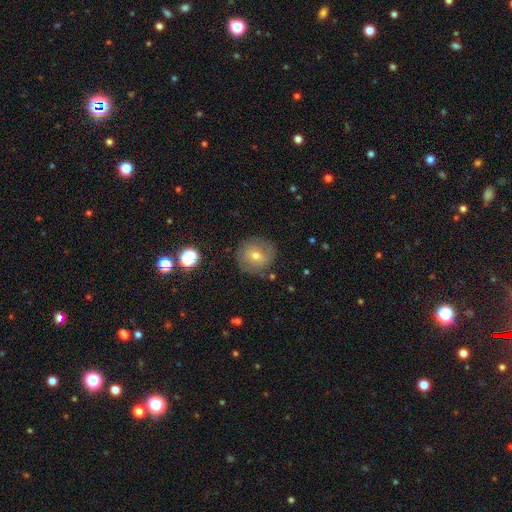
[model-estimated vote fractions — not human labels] smooth 55%, featured or disk 35%, star or artifact 10%. Down the decision tree: how rounded — round (89%); merging — none (78%).